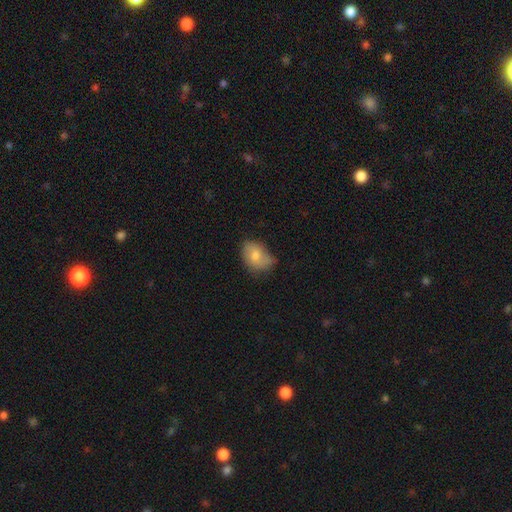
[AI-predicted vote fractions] smooth_or_featured: smooth (p=0.72) [alt: featured or disk p=0.20]
how_rounded: in between (p=0.76) [alt: round p=0.23]
merging: none (p=0.47) [alt: minor disturbance p=0.39]